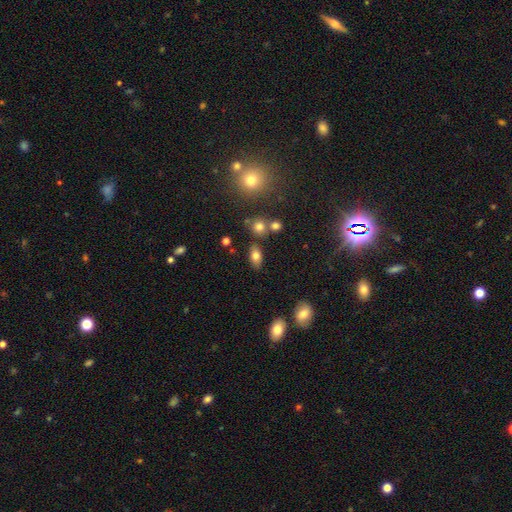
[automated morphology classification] smooth_or_featured: smooth (p=0.77) [alt: featured or disk p=0.12]
how_rounded: in between (p=0.87) [alt: round p=0.09]
merging: none (p=0.77) [alt: minor disturbance p=0.12]